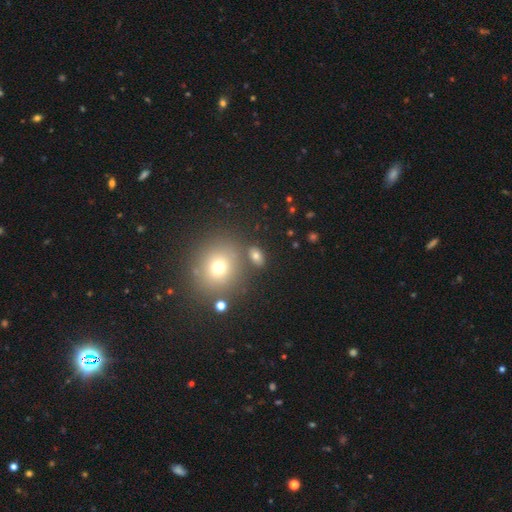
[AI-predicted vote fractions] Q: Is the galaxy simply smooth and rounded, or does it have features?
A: smooth — 72%.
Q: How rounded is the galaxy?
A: in between — 73%.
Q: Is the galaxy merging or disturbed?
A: none — 77%.